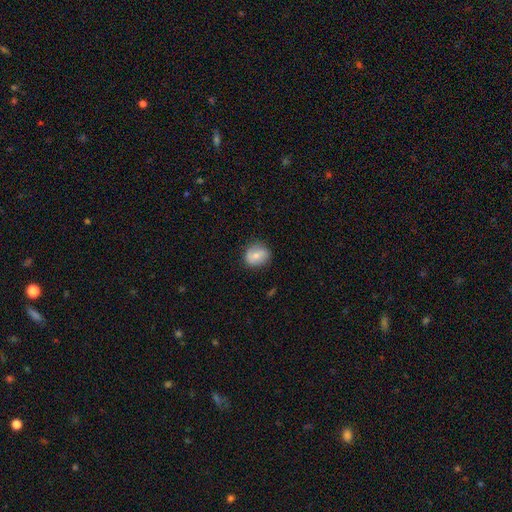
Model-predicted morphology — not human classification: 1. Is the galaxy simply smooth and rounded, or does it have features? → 66% smooth, 26% featured or disk, 8% star or artifact.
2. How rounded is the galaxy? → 70% round, 29% in between, 1% cigar-shaped.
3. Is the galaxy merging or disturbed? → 78% none, 17% minor disturbance, 4% major disturbance, 1% merger.